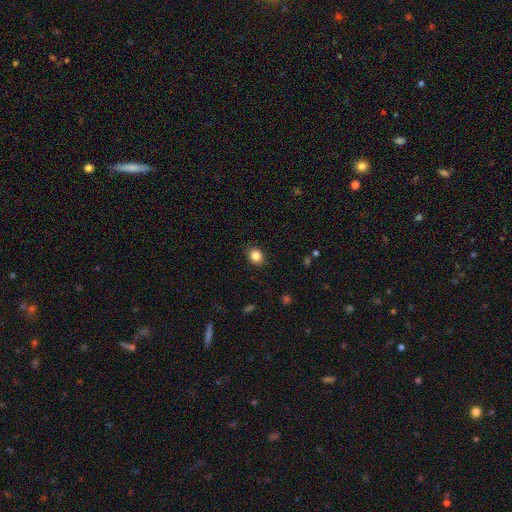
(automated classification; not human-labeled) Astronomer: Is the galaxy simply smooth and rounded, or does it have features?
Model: smooth — 85%.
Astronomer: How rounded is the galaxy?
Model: round — 61% (runner-up: in between, 38%).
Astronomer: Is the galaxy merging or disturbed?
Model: none — 86%.